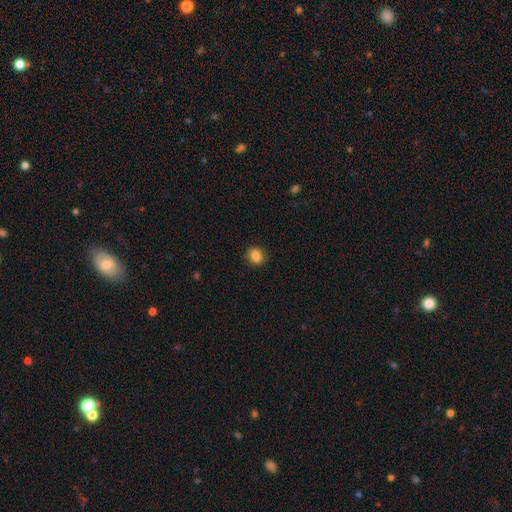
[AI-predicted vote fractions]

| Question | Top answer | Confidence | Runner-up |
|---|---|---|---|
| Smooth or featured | smooth | 86% | star or artifact (10%) |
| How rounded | round | 78% | in between (21%) |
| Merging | none | 91% | minor disturbance (6%) |